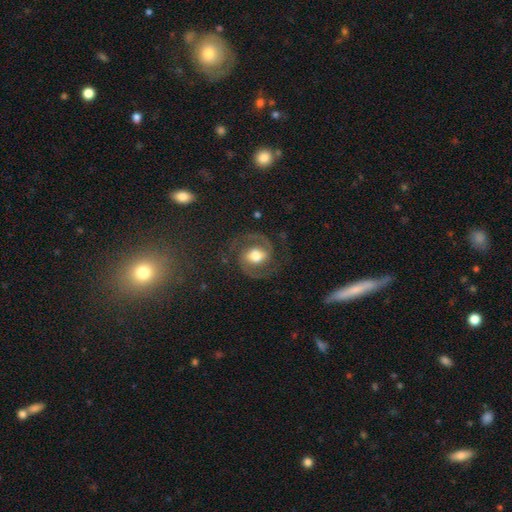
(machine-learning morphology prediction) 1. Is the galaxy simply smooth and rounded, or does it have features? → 84% featured or disk, 9% smooth, 7% star or artifact.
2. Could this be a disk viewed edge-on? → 98% no, 2% yes.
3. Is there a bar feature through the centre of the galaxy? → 42% weak, 34% no, 23% strong.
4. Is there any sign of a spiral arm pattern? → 96% yes, 4% no.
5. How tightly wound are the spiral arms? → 59% medium, 26% tight, 15% loose.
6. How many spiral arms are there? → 94% 2, 2% can't tell, 1% 1, 1% 3, 1% 4, 1% more than 4.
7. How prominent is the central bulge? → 56% moderate, 32% large, 7% small, 3% dominant, 2% none.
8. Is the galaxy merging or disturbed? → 79% none, 12% minor disturbance, 8% major disturbance, 1% merger.